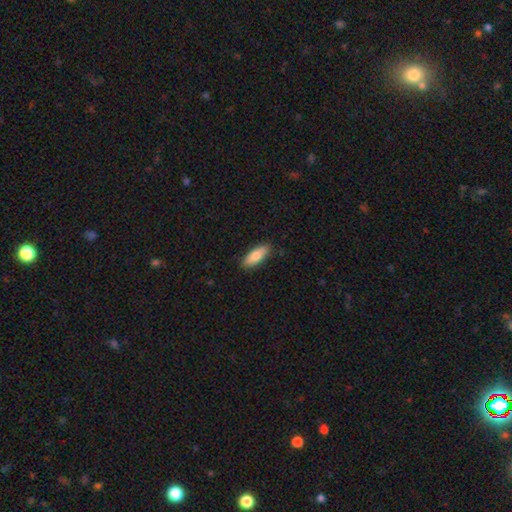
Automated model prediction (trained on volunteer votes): Q: Smooth or featured?
A: smooth (78%); runner-up: featured or disk (16%)
Q: How rounded?
A: in between (65%); runner-up: cigar-shaped (33%)
Q: Merging?
A: none (87%); runner-up: minor disturbance (10%)